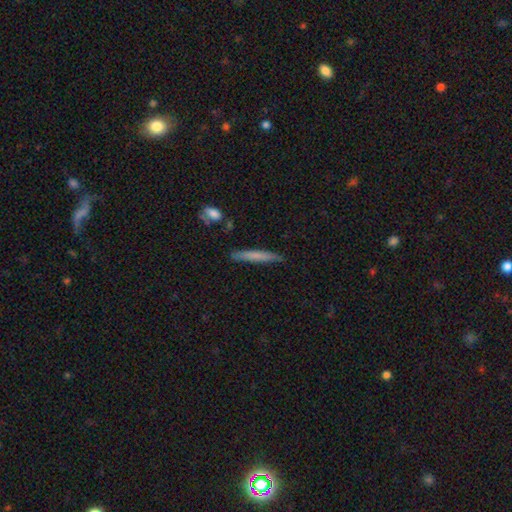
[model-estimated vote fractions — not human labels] This is likely a smooth galaxy (67%). How rounded: clearly cigar-shaped (95%). Merging: clearly none (84%).